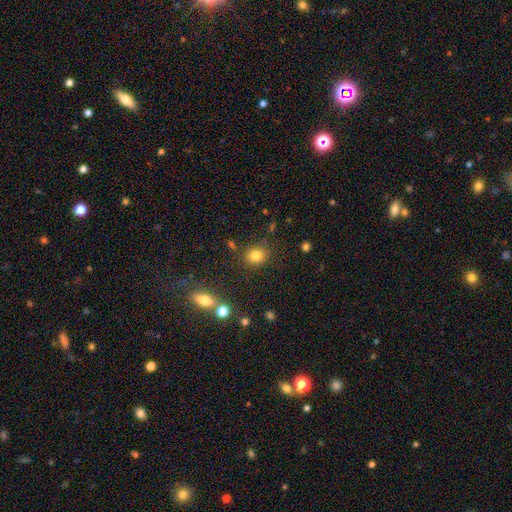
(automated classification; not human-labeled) The model was most divided on "how rounded": round: 71%, in between: 28%, cigar-shaped: 1%. More confident: merging — none (83%); smooth or featured — smooth (81%).